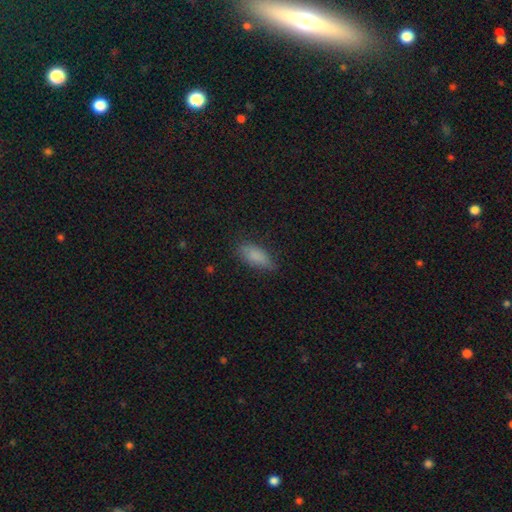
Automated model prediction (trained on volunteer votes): Smooth or featured?
  - smooth: 82% *
  - featured or disk: 9%
  - star or artifact: 8%
How rounded?
  - in between: 78% *
  - cigar-shaped: 20%
  - round: 3%
Merging?
  - none: 71% *
  - minor disturbance: 22%
  - major disturbance: 5%
  - merger: 1%